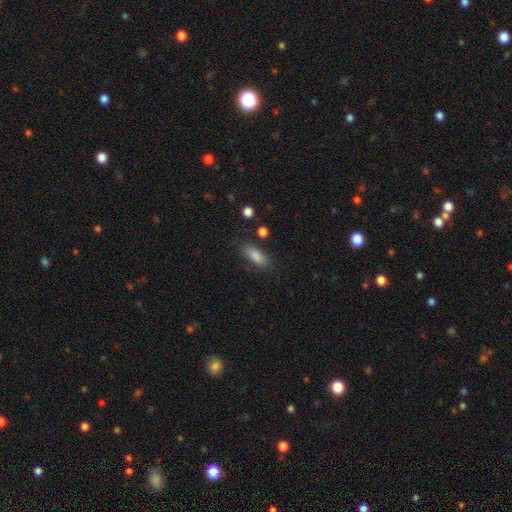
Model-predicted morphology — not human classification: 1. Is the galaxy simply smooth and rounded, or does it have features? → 83% smooth, 9% star or artifact, 8% featured or disk.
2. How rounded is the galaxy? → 75% in between, 22% cigar-shaped, 3% round.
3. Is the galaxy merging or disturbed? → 81% none, 13% minor disturbance, 4% major disturbance, 3% merger.